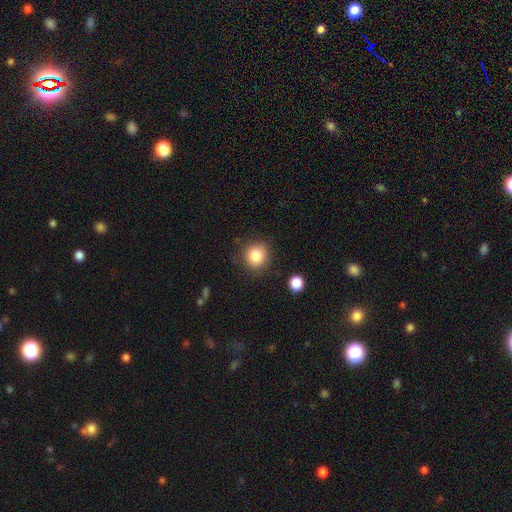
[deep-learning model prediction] Q: Smooth or featured?
A: smooth (84%); runner-up: star or artifact (10%)
Q: How rounded?
A: round (89%); runner-up: in between (10%)
Q: Merging?
A: none (84%); runner-up: minor disturbance (11%)